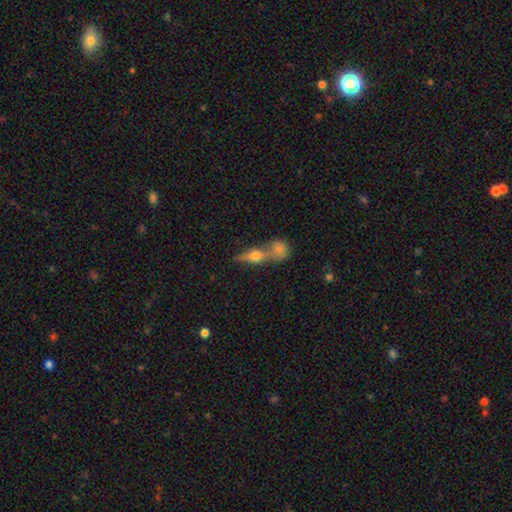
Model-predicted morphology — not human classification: This is possibly a featured or disk galaxy (50%). It is clearly viewed edge-on (87%). Merging: possibly none (46%).